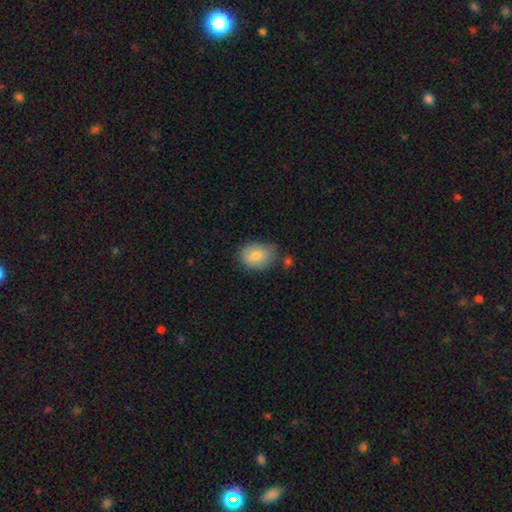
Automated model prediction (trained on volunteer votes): The model was most divided on "how rounded": in between: 68%, round: 31%, cigar-shaped: 1%. More confident: smooth or featured — smooth (82%); merging — none (68%).